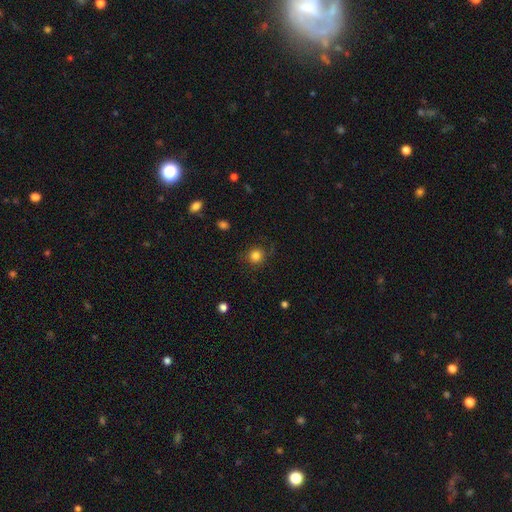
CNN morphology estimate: Overall: smooth (82%). How rounded: round (90%). Merging: none (80%).